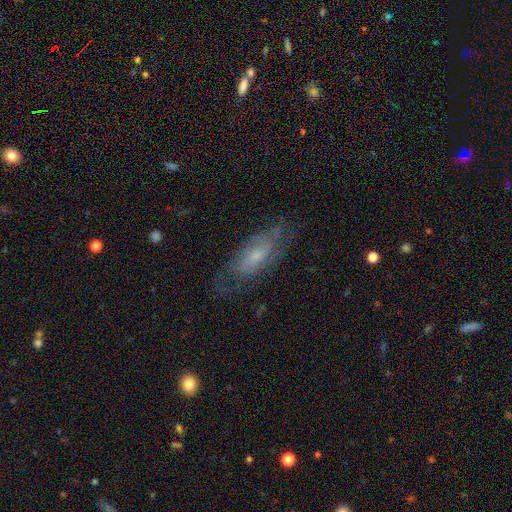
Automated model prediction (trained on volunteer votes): featured or disk 63%, smooth 29%, star or artifact 8%. Down the decision tree: edge-on disk — no (85%); bar — no (60%); spiral arms — yes (83%); bulge size — small (49%); merging — none (66%).